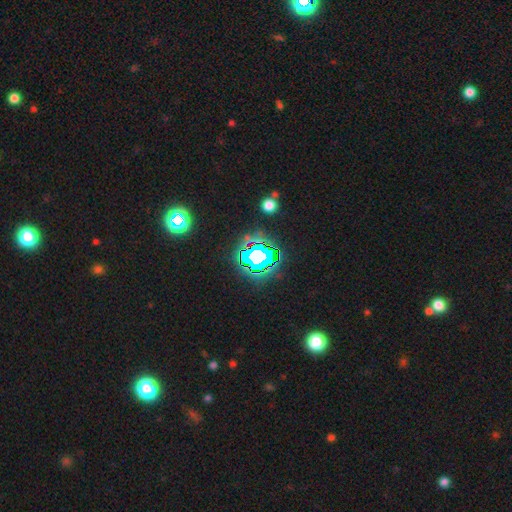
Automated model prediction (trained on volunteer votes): This is likely a star or artifact rather than a galaxy (71%).